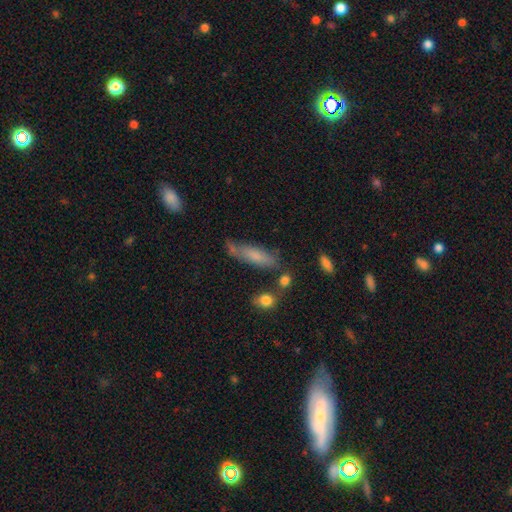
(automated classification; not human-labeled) Morphology: type=smooth (70%); roundness=cigar-shaped (56%); merging=none (54%).